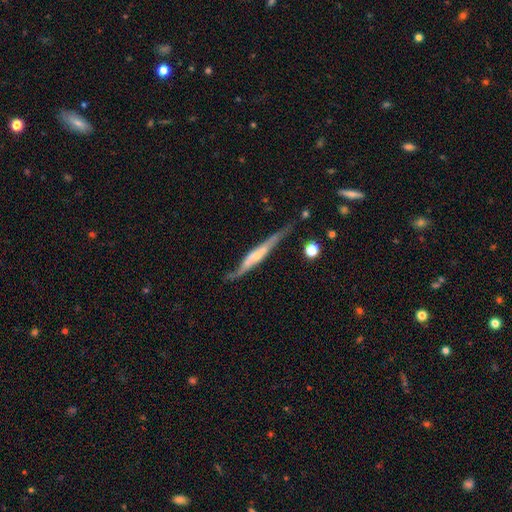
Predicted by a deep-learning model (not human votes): This appears to be a featured or disk galaxy (70%) viewed edge-on (83%) with a rounded central bulge (50%). Merging: none (62%).